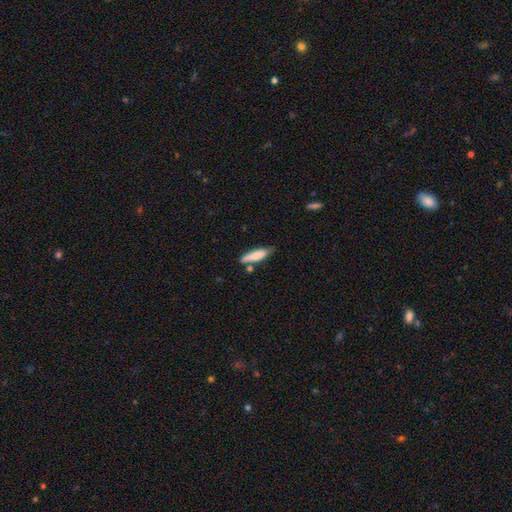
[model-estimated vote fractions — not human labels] A smooth galaxy with no disk features (80%) that is cigar-shaped (64%).

Vote fractions:
- Smooth or featured? smooth: 80% / featured or disk: 14% / star or artifact: 6%
- How rounded? cigar-shaped: 64% / in between: 35% / round: 2%
- Merging? none: 58% / minor disturbance: 25% / merger: 12% / major disturbance: 5%